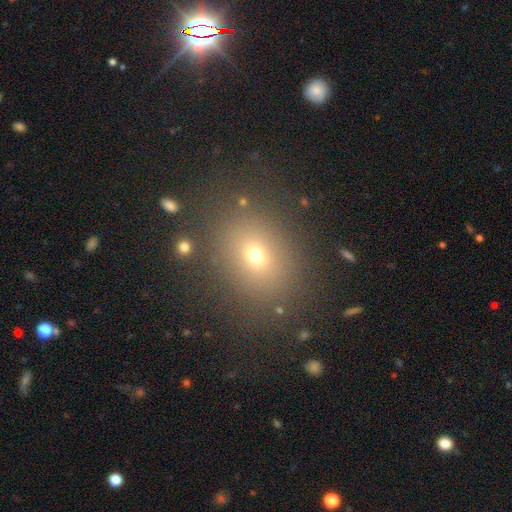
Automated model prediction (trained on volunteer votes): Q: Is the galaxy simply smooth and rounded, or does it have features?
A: smooth — 66%.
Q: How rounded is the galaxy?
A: round — 53%.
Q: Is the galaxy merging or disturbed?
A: none — 84%.